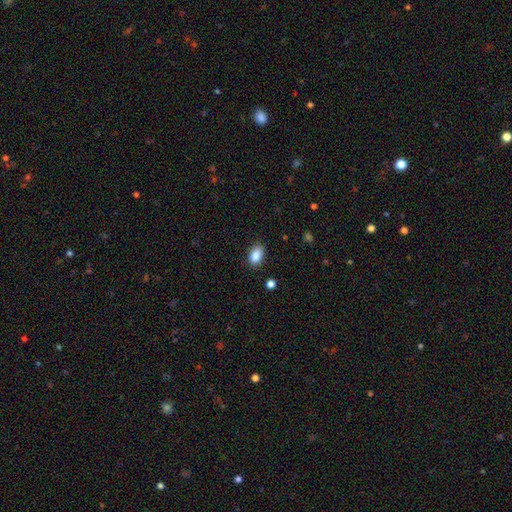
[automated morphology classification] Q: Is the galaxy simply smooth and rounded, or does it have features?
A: smooth — 88%.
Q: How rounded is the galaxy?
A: in between — 89%.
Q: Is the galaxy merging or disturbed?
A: none — 85%.